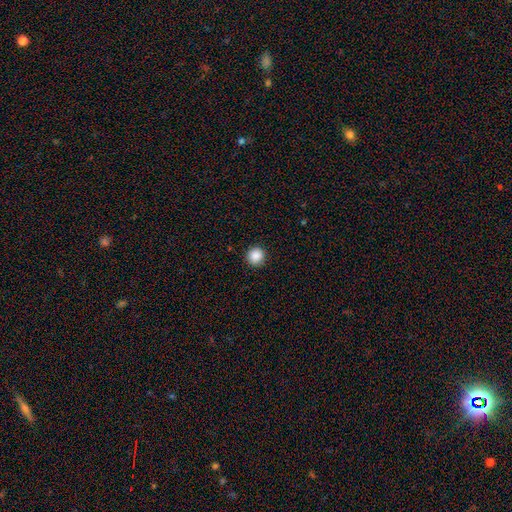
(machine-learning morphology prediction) This appears to be a smooth galaxy with no disk features (88%) that is round (94%). Merging: none (92%).